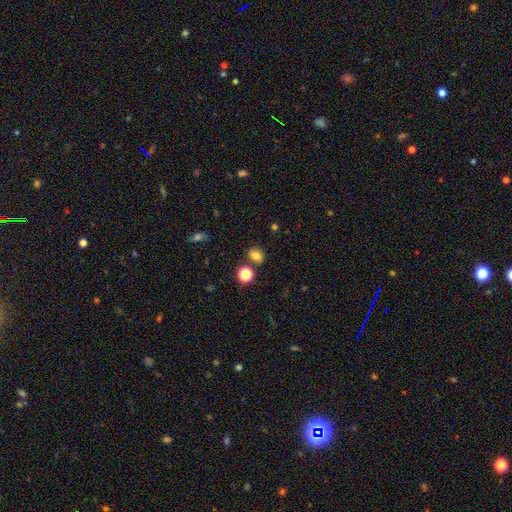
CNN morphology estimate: This is likely a smooth galaxy (78%). How rounded: possibly round (49%, tied with in between). Merging: likely none (76%).